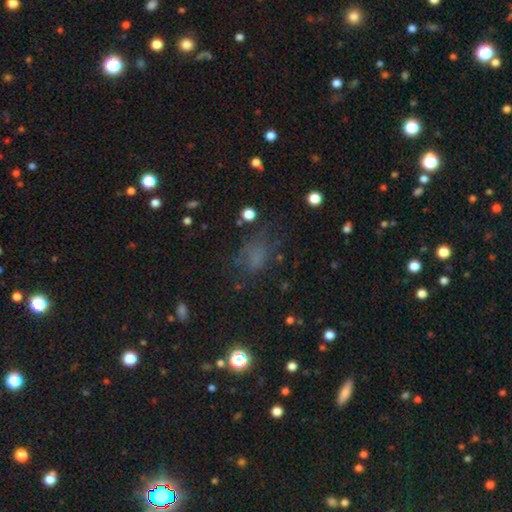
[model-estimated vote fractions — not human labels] A smooth galaxy with no disk features (54%) that is in between round and cigar-shaped (69%).

Vote fractions:
- Smooth or featured? smooth: 54% / star or artifact: 28% / featured or disk: 17%
- How rounded? in between: 69% / round: 29% / cigar-shaped: 3%
- Merging? none: 54% / major disturbance: 22% / minor disturbance: 21% / merger: 3%